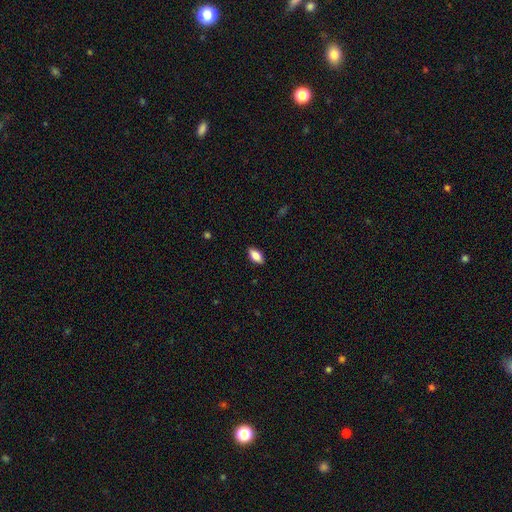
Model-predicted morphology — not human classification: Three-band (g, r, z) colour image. It shows a smooth galaxy with no disk features (84%) that is in between round and cigar-shaped (90%). Merging: none (88%).